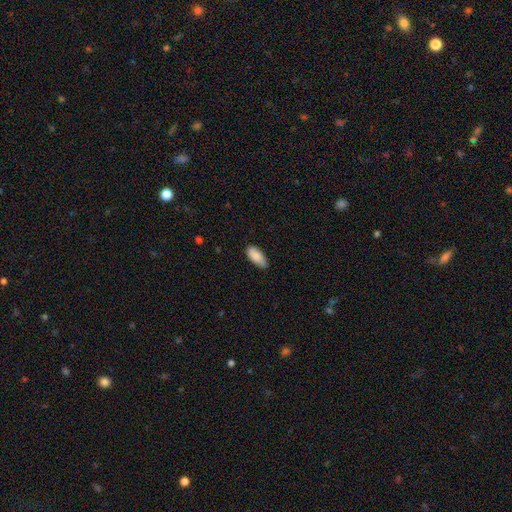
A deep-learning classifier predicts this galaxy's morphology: Q: Smooth or featured?
A: smooth (88%); runner-up: star or artifact (6%)
Q: How rounded?
A: in between (88%); runner-up: cigar-shaped (10%)
Q: Merging?
A: none (79%); runner-up: minor disturbance (17%)